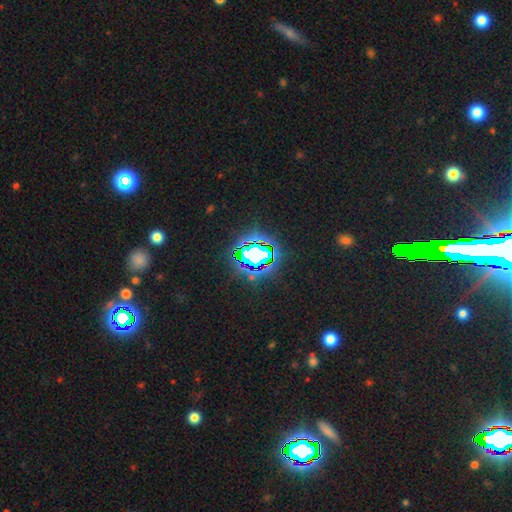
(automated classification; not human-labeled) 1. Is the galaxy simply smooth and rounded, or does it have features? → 73% star or artifact, 15% smooth, 12% featured or disk.